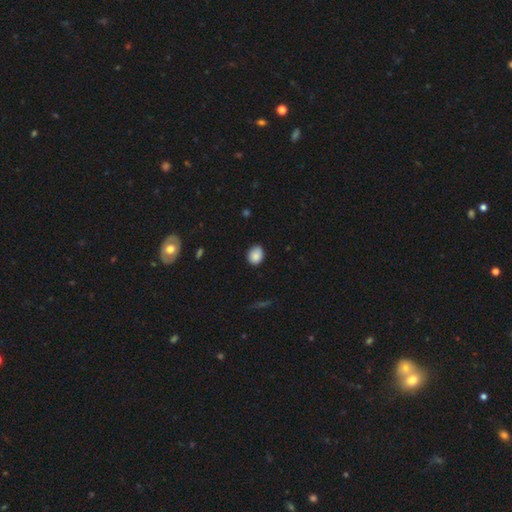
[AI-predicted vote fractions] Smooth or featured? Predicted: smooth (p=0.87). How rounded? Predicted: in between (p=0.51). Merging? Predicted: none (p=0.80).